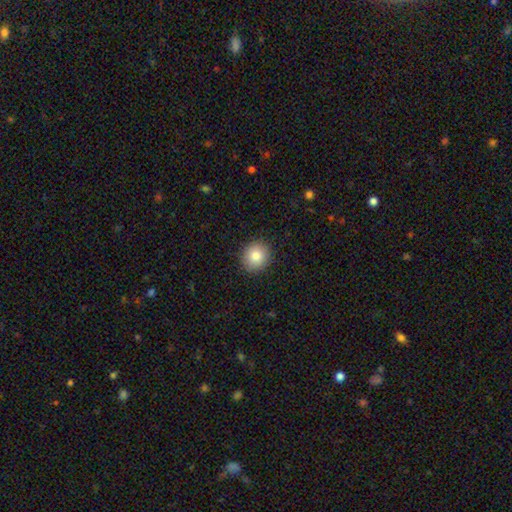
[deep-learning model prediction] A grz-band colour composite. It shows a smooth galaxy with no disk features (85%) that is round (89%). Merging: none (90%).